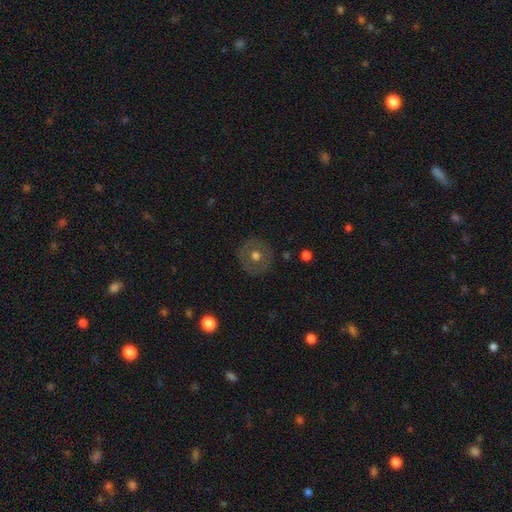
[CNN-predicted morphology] This is possibly a smooth galaxy (53%). How rounded: clearly round (91%). Merging: clearly none (86%).